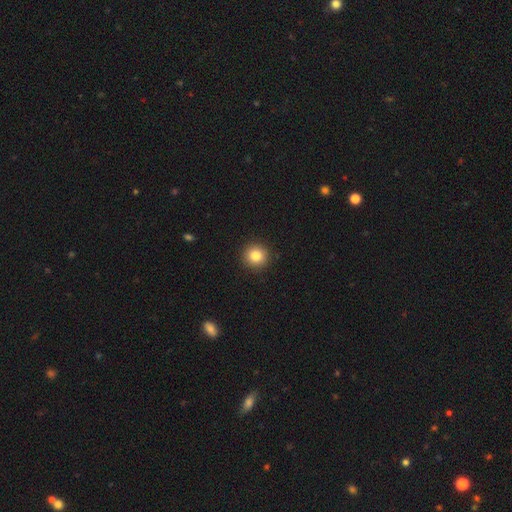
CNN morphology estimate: Smooth or featured: smooth — 83% (star or artifact — 10%)
How rounded: round — 94% (in between — 5%)
Merging: none — 93% (minor disturbance — 5%)